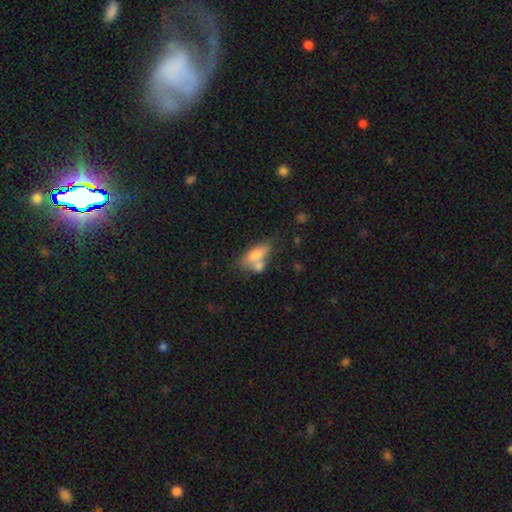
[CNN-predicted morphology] Smooth or featured? smooth (72%)
How rounded? in between (76%)
Merging? merger (41%)